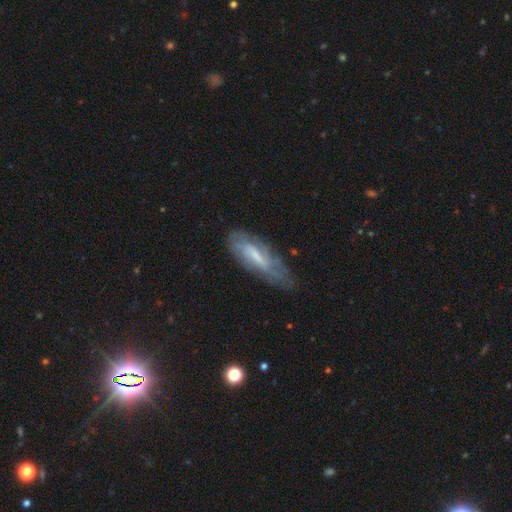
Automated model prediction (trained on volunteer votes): featured or disk 57%, smooth 36%, star or artifact 7%. Down the decision tree: edge-on disk — no (75%); merging — none (60%).